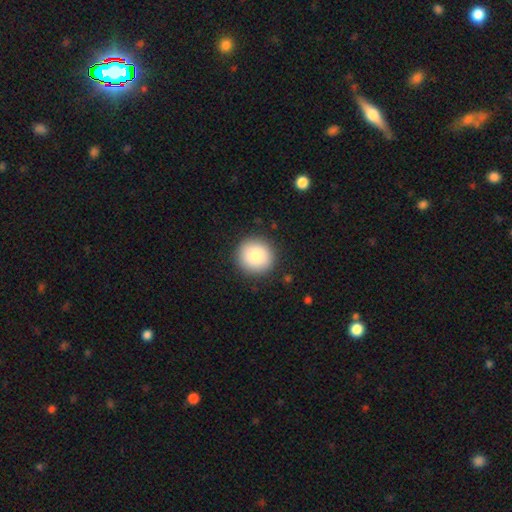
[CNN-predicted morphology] type=smooth (84%); roundness=round (94%); merging=none (91%).